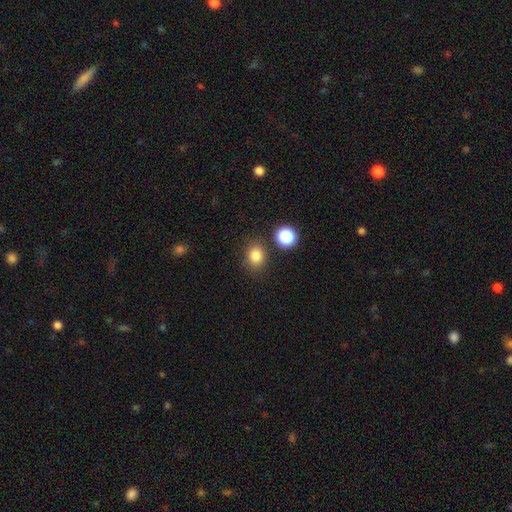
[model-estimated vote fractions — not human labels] This is clearly a smooth galaxy (81%). How rounded: likely round (61%). Merging: clearly none (80%).